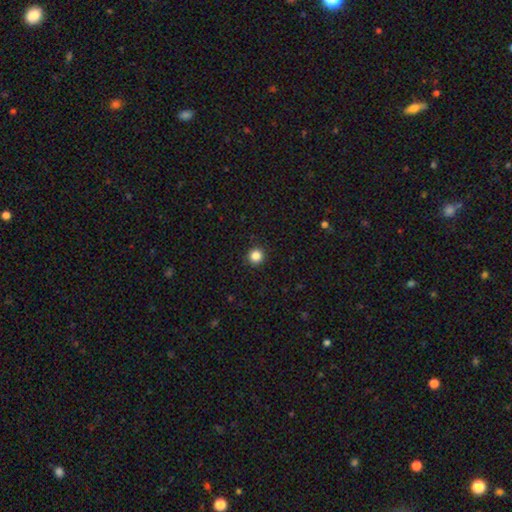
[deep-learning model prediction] A smooth galaxy with no disk features (85%) that is round (95%). Merging: none (93%).